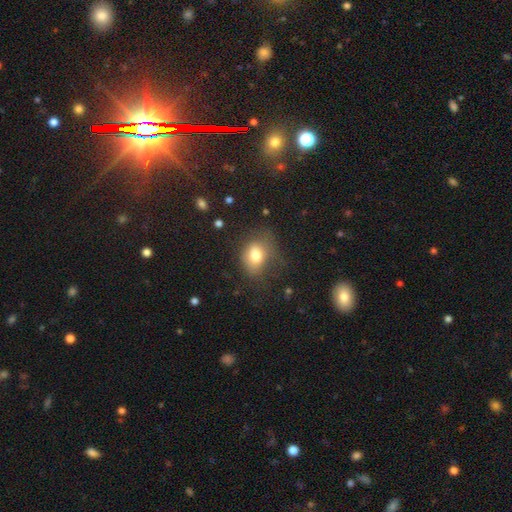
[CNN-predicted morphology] This is likely a smooth galaxy (75%). How rounded: likely in between (63%). Merging: possibly none (56%).